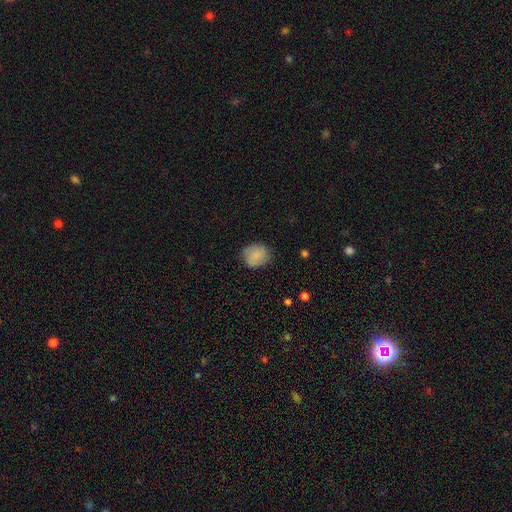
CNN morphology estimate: The model was most divided on "how rounded": round: 73%, in between: 26%, cigar-shaped: 1%. More confident: smooth or featured — smooth (83%); merging — none (79%).